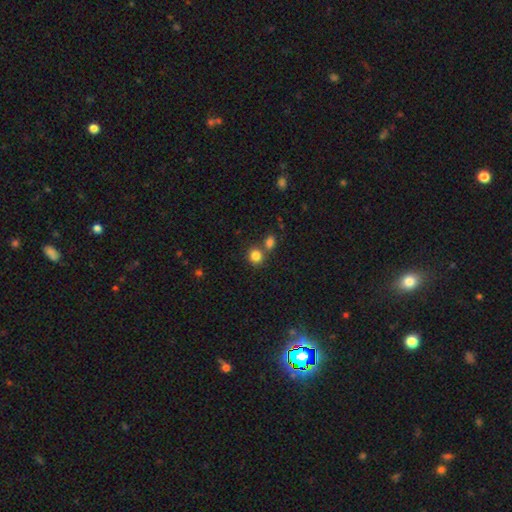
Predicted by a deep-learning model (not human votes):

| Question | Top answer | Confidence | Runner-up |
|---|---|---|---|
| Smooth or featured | smooth | 84% | star or artifact (11%) |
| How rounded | round | 81% | in between (18%) |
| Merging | none | 61% | merger (28%) |